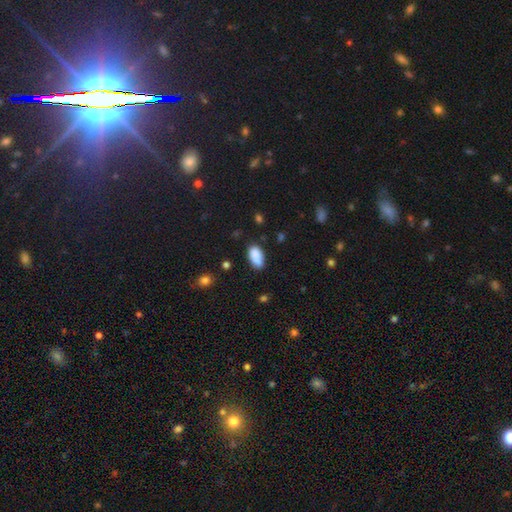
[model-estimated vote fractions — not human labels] A smooth galaxy with no disk features (89%) that is in between round and cigar-shaped (92%). Merging: none (79%).